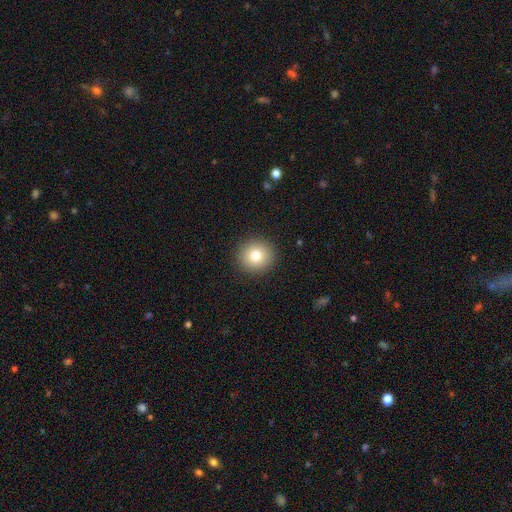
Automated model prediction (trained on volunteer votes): smooth 79%, star or artifact 11%, featured or disk 10%. Down the decision tree: how rounded — round (91%); merging — none (92%).